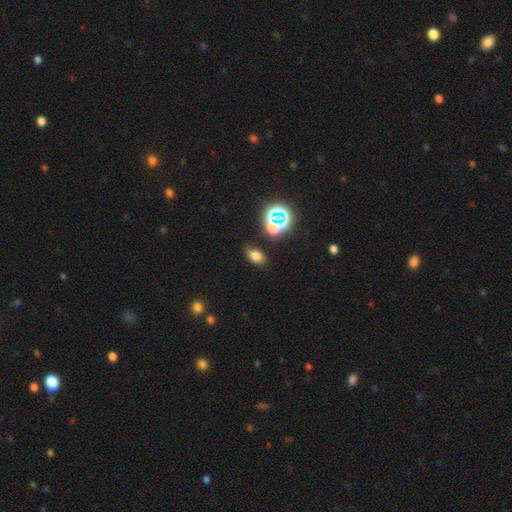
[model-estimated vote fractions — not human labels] Smooth or featured?
  - smooth: 68% *
  - star or artifact: 22%
  - featured or disk: 9%
How rounded?
  - in between: 80% *
  - round: 18%
  - cigar-shaped: 2%
Merging?
  - none: 75% *
  - minor disturbance: 16%
  - major disturbance: 5%
  - merger: 4%